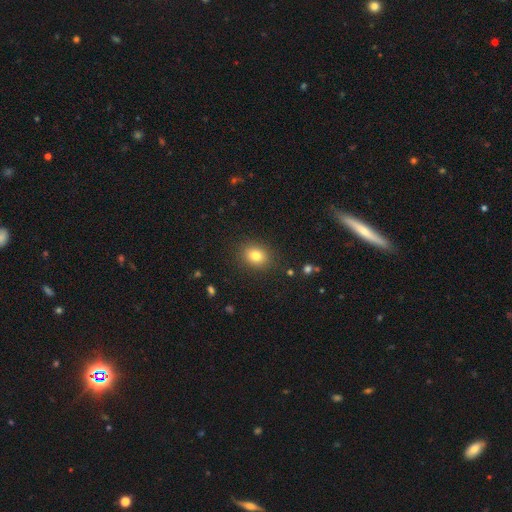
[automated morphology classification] Smooth or featured? Predicted: smooth (p=0.80). How rounded? Predicted: in between (p=0.50). Merging? Predicted: none (p=0.88).